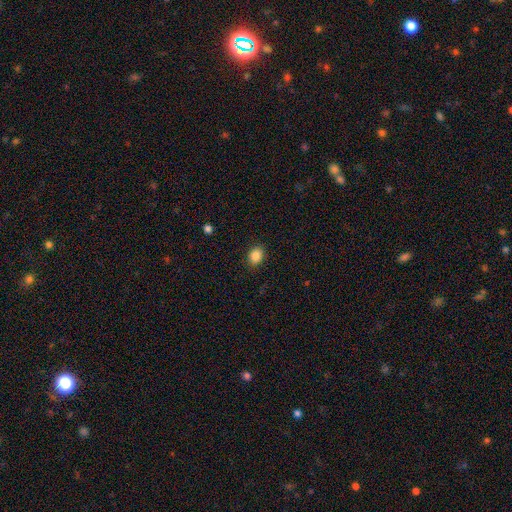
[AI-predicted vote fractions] smooth_or_featured: smooth (p=0.87) [alt: star or artifact p=0.09]
how_rounded: in between (p=0.60) [alt: round p=0.39]
merging: none (p=0.88) [alt: minor disturbance p=0.08]